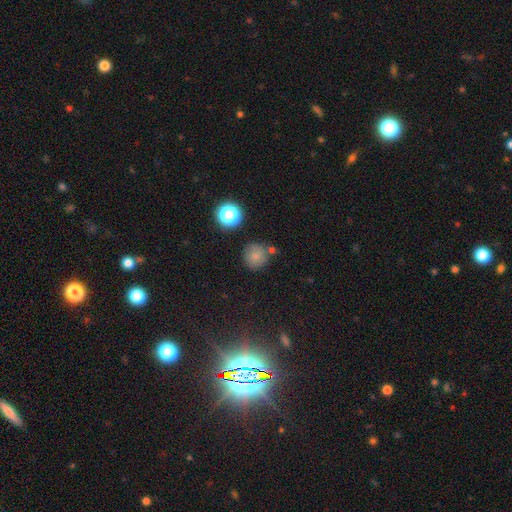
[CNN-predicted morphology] Smooth or featured?
  - smooth: 77% *
  - star or artifact: 15%
  - featured or disk: 8%
How rounded?
  - round: 92% *
  - in between: 7%
  - cigar-shaped: 1%
Merging?
  - none: 74% *
  - minor disturbance: 13%
  - merger: 10%
  - major disturbance: 4%